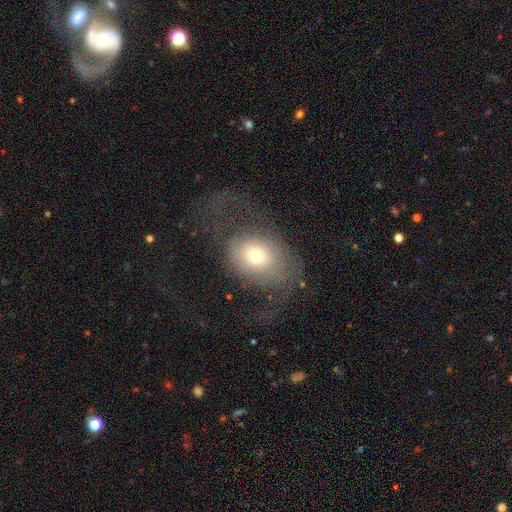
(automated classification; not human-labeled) A smooth galaxy with no disk features (63%) that is in between round and cigar-shaped (51%). Merging: major disturbance (47%).